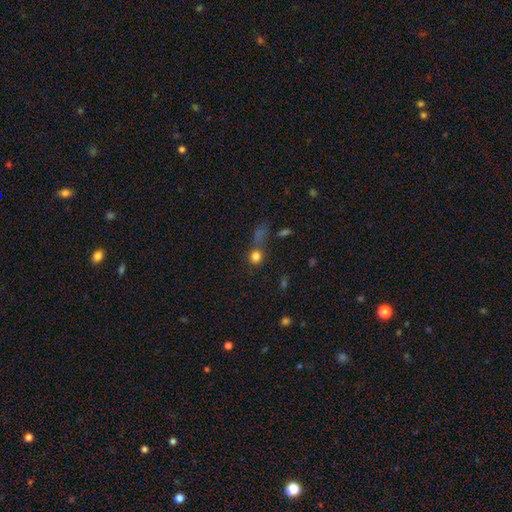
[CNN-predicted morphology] A smooth galaxy with no disk features (76%) that is round (90%). Merging: none (60%).